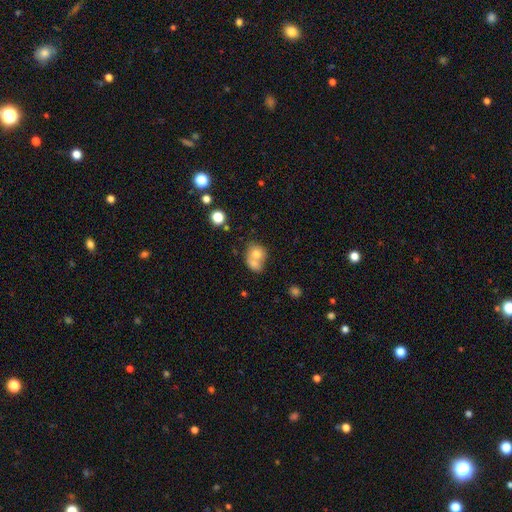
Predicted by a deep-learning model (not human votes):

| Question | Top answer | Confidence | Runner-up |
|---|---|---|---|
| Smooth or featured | smooth | 71% | featured or disk (19%) |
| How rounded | round | 60% | in between (39%) |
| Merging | merger | 64% | none (24%) |